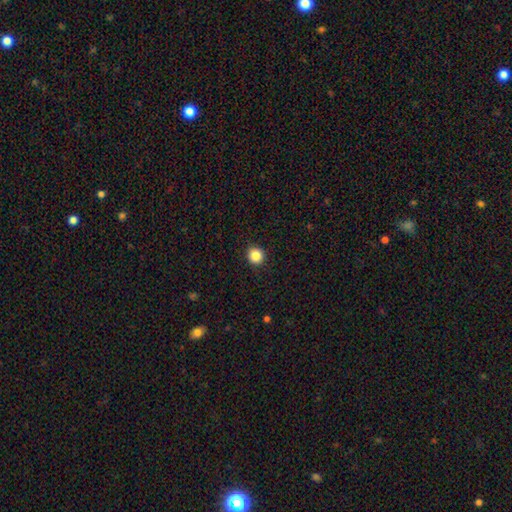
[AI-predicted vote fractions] smooth-or-featured: smooth: 86% | star or artifact: 10% | featured or disk: 4%
  how-rounded: round: 93% | in between: 6% | cigar-shaped: 1%
  merging: none: 92% | minor disturbance: 5% | major disturbance: 2% | merger: 1%